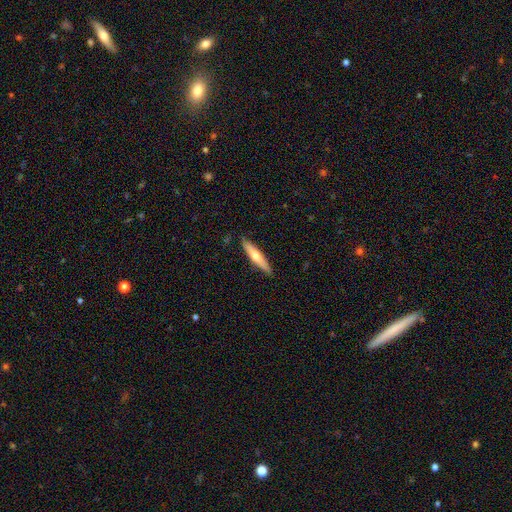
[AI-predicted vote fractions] Overall: smooth (52%; featured or disk 43%). How rounded: cigar-shaped (86%). Merging: none (88%).